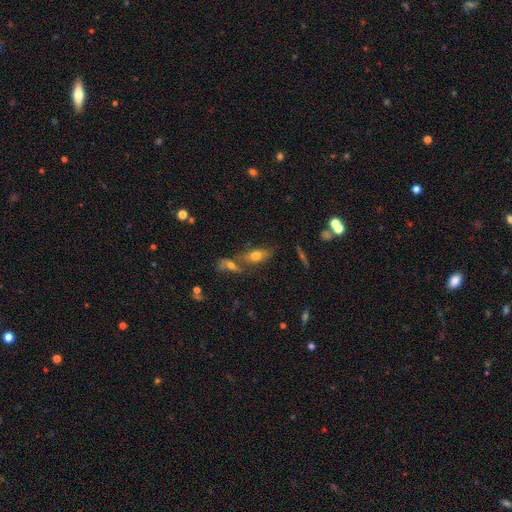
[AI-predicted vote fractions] A smooth galaxy with no disk features (64%) that is in between round and cigar-shaped (75%).

Vote fractions:
- Smooth or featured? smooth: 64% / featured or disk: 25% / star or artifact: 11%
- How rounded? in between: 75% / cigar-shaped: 20% / round: 5%
- Merging? none: 48% / merger: 36% / minor disturbance: 12% / major disturbance: 5%